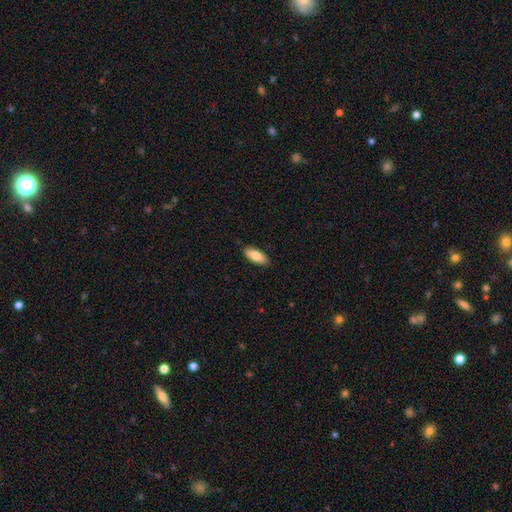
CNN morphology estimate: A smooth galaxy with no disk features (83%) that is in between round and cigar-shaped (79%).

Vote fractions:
- Smooth or featured? smooth: 83% / featured or disk: 11% / star or artifact: 6%
- How rounded? in between: 79% / cigar-shaped: 19% / round: 2%
- Merging? none: 89% / minor disturbance: 8% / major disturbance: 2% / merger: 1%